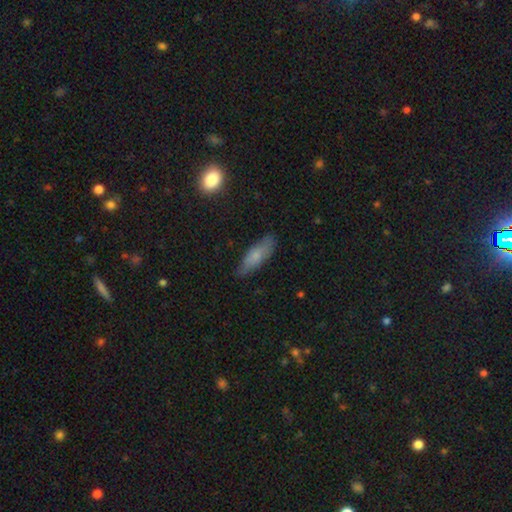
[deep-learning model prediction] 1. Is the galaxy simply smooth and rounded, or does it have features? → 72% smooth, 21% featured or disk, 7% star or artifact.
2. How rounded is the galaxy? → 56% in between, 41% cigar-shaped, 3% round.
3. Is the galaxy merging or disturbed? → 74% none, 21% minor disturbance, 4% major disturbance, 1% merger.